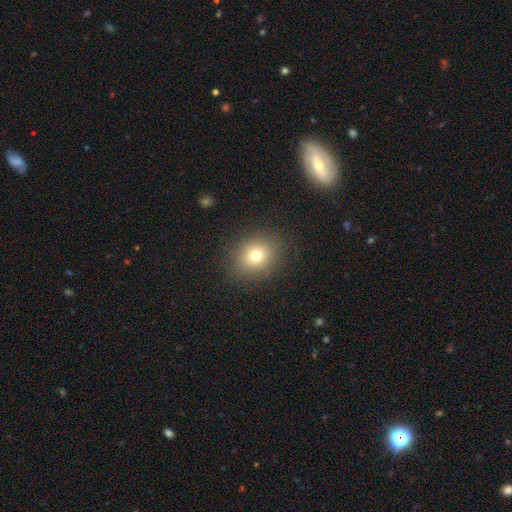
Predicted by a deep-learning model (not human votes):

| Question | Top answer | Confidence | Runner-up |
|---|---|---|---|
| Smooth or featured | smooth | 75% | star or artifact (14%) |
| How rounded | round | 73% | in between (26%) |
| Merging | none | 88% | minor disturbance (8%) |